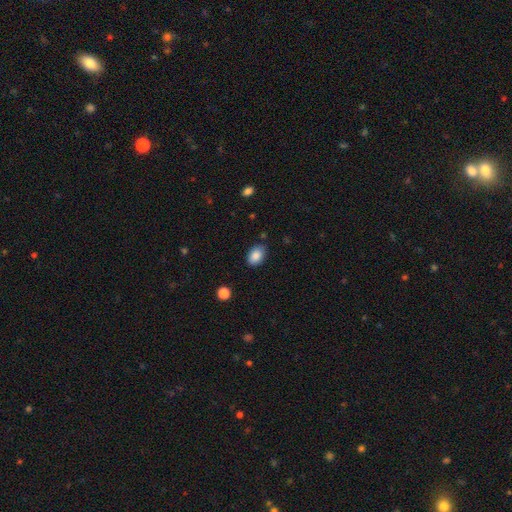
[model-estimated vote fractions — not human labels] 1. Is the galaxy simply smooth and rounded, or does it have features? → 87% smooth, 8% star or artifact, 5% featured or disk.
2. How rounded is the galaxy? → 84% in between, 15% round, 1% cigar-shaped.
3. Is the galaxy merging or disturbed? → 83% none, 13% minor disturbance, 3% major disturbance, 2% merger.